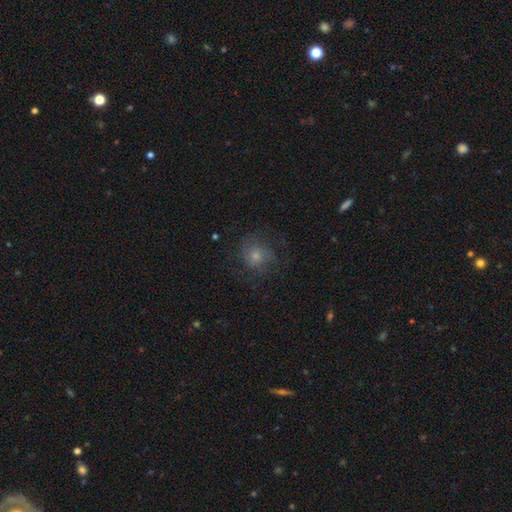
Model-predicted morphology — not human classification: The model was most divided on "smooth or featured" (2-way tie): featured or disk: 40%, smooth: 40%, star or artifact: 20%. More confident: merging — none (70%).